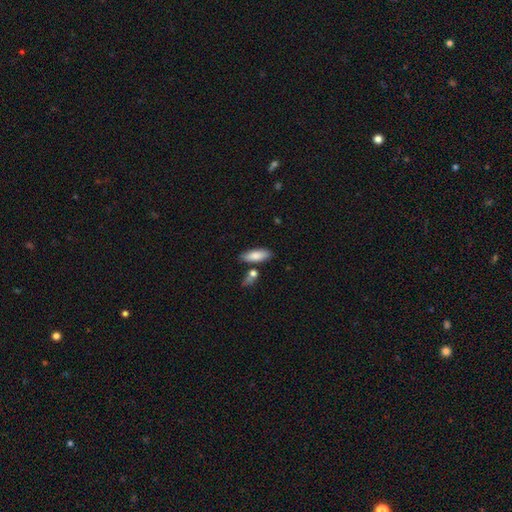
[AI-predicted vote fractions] Smooth or featured: smooth — 83% (featured or disk — 11%)
How rounded: in between — 67% (cigar-shaped — 31%)
Merging: none — 75% (minor disturbance — 12%)